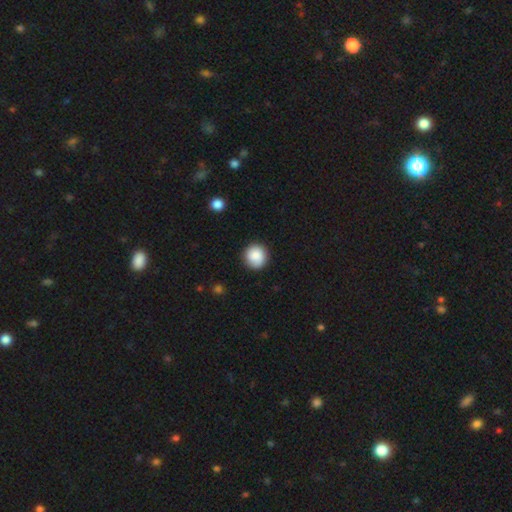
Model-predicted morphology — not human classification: A smooth galaxy with no disk features (86%) that is round (93%).

Vote fractions:
- Smooth or featured? smooth: 86% / star or artifact: 8% / featured or disk: 6%
- How rounded? round: 93% / in between: 6% / cigar-shaped: 1%
- Merging? none: 88% / minor disturbance: 9% / major disturbance: 2% / merger: 1%